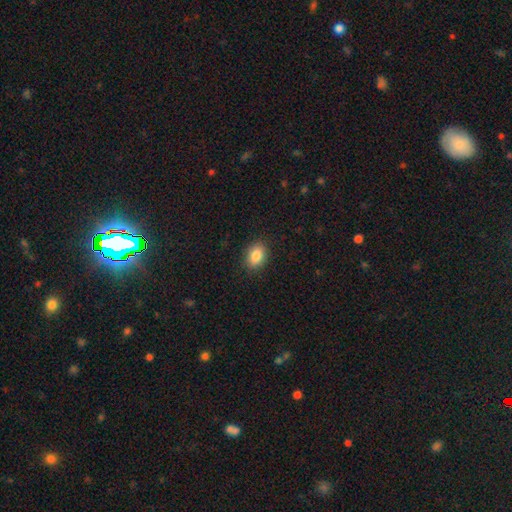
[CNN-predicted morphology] Smooth or featured: smooth — 86% (star or artifact — 8%)
How rounded: in between — 77% (round — 22%)
Merging: none — 89% (minor disturbance — 8%)